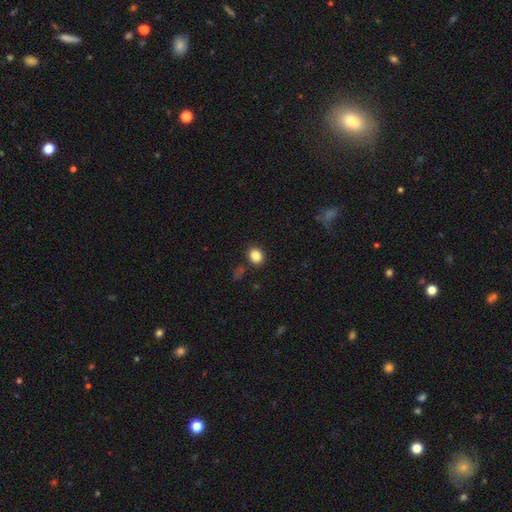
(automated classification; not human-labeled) smooth 85%, star or artifact 10%, featured or disk 5%. Down the decision tree: how rounded — round (54%); merging — none (87%).